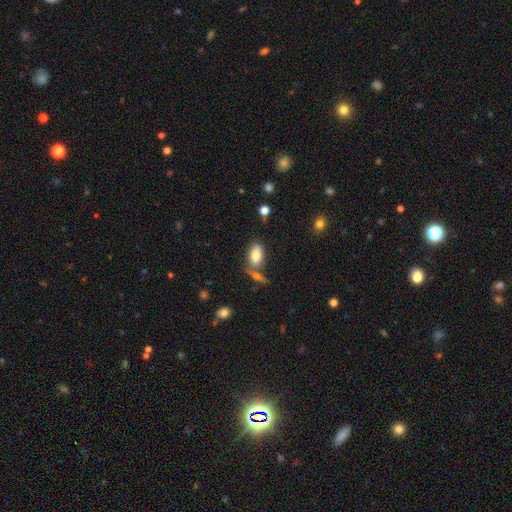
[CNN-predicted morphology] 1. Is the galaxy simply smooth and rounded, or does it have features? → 81% smooth, 12% featured or disk, 8% star or artifact.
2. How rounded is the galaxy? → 91% in between, 5% round, 3% cigar-shaped.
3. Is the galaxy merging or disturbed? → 57% none, 25% merger, 14% minor disturbance, 5% major disturbance.